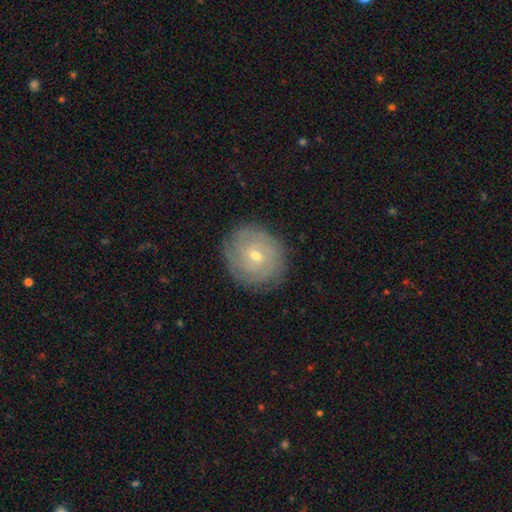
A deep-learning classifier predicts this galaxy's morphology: smooth_or_featured: featured or disk (p=0.68) [alt: smooth p=0.23]
disk_edge_on: no (p=0.97) [alt: yes p=0.03]
bar: no (p=0.59) [alt: weak p=0.34]
has_spiral_arms: yes (p=0.87) [alt: no p=0.13]
spiral_winding: tight (p=0.81) [alt: medium p=0.15]
spiral_arm_count: can't tell (p=0.48) [alt: 2 p=0.17]
bulge_size: small (p=0.59) [alt: moderate p=0.38]
merging: none (p=0.85) [alt: minor disturbance p=0.11]